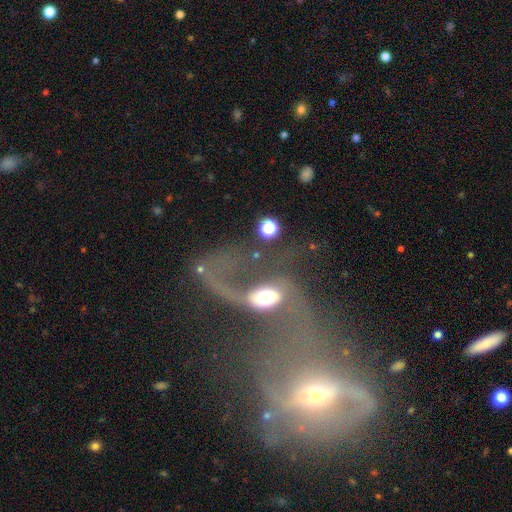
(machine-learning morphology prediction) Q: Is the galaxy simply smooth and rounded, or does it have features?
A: featured or disk — 66%.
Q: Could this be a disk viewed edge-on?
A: no — 95%.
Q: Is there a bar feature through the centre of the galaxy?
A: no — 47%.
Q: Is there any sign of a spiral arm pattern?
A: yes — 80%.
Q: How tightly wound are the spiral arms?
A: loose — 79%.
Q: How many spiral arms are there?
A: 2 — 64%.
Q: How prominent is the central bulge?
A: moderate — 48%.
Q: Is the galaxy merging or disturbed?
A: major disturbance — 36%.